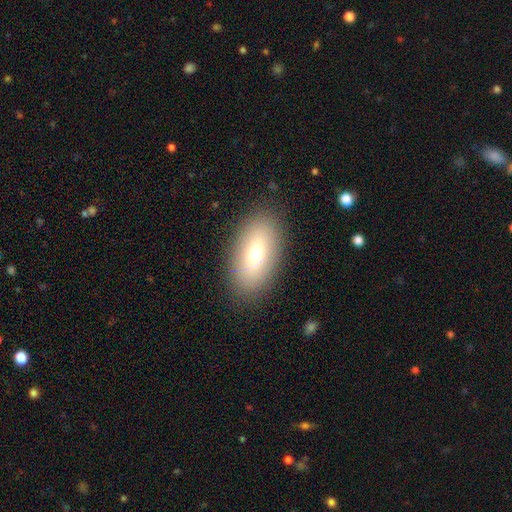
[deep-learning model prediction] smooth 68%, featured or disk 23%, star or artifact 10%. Down the decision tree: how rounded — in between (90%); merging — none (87%).